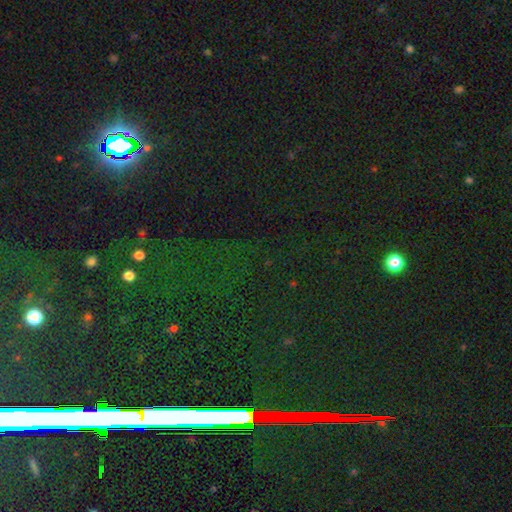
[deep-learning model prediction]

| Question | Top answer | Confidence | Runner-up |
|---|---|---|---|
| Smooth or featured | star or artifact | 82% | smooth (11%) |